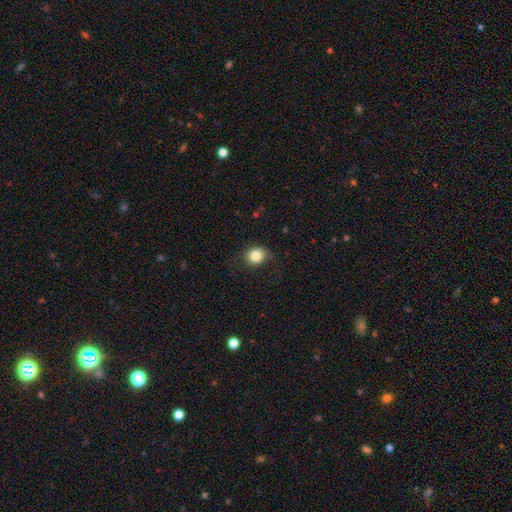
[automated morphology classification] smooth 83%, star or artifact 10%, featured or disk 6%. Down the decision tree: how rounded — round (77%); merging — none (79%).